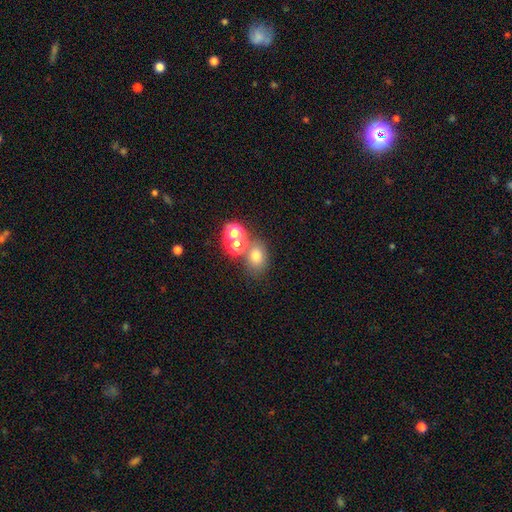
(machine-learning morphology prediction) The model was most divided on "how rounded": round: 55%, in between: 44%, cigar-shaped: 1%. More confident: smooth or featured — smooth (67%); merging — none (58%).